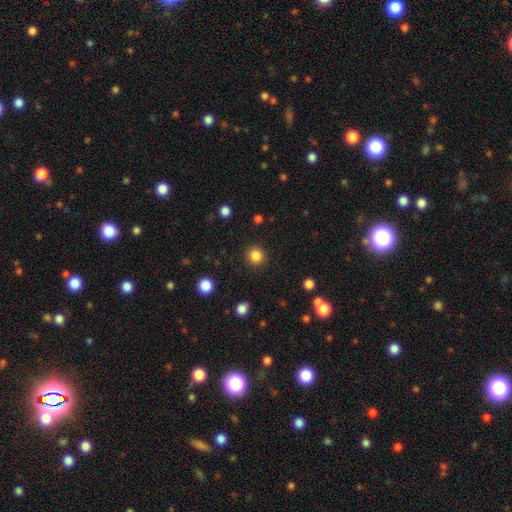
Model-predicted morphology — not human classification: smooth-or-featured: smooth: 85% | star or artifact: 12% | featured or disk: 4%
  how-rounded: round: 93% | in between: 6% | cigar-shaped: 1%
  merging: none: 91% | minor disturbance: 6% | major disturbance: 2% | merger: 1%